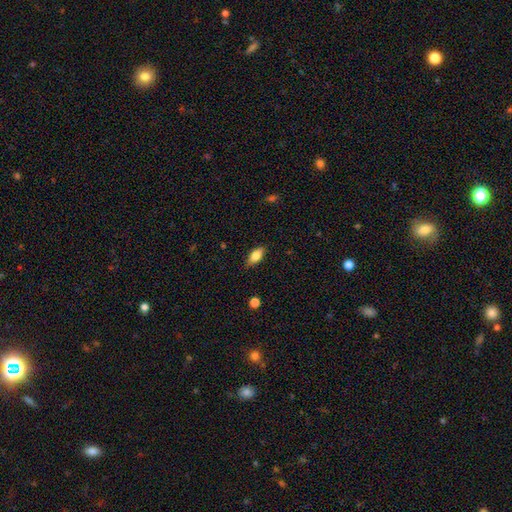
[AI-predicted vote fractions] Q: Smooth or featured?
A: smooth (79%); runner-up: featured or disk (14%)
Q: How rounded?
A: in between (87%); runner-up: cigar-shaped (9%)
Q: Merging?
A: none (85%); runner-up: minor disturbance (12%)